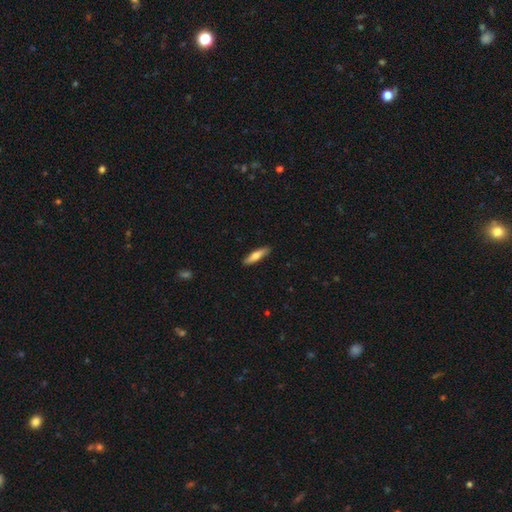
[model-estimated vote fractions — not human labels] The model was most divided on "smooth or featured": smooth: 67%, featured or disk: 27%, star or artifact: 6%. More confident: merging — none (90%); how rounded — cigar-shaped (74%).